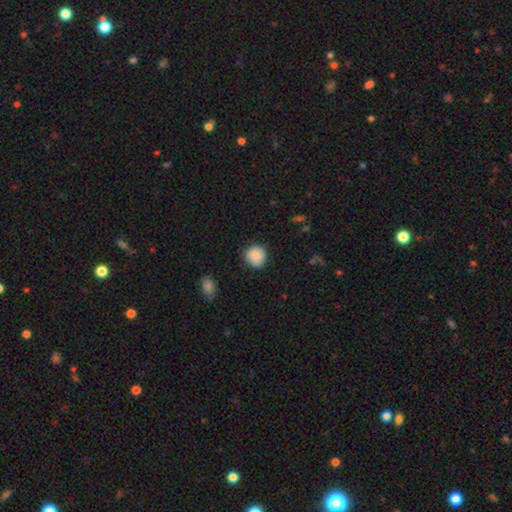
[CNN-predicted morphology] A smooth galaxy with no disk features (80%) that is round (86%). Merging: none (79%).